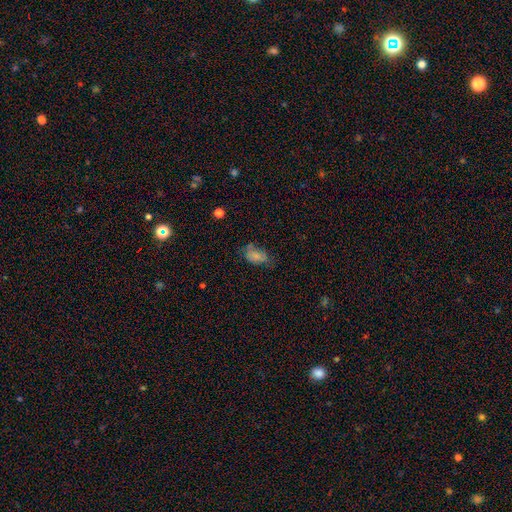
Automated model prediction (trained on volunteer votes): The model was most divided on "merging": none: 45%, minor disturbance: 33%, major disturbance: 18%, merger: 4%. More confident: how rounded — in between (89%); smooth or featured — smooth (73%).